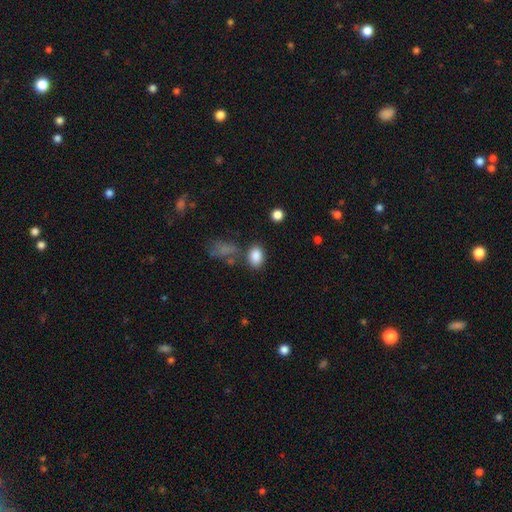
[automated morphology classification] smooth-or-featured: smooth: 86% | star or artifact: 9% | featured or disk: 5%
  how-rounded: in between: 80% | round: 19% | cigar-shaped: 1%
  merging: none: 72% | minor disturbance: 13% | merger: 10% | major disturbance: 5%